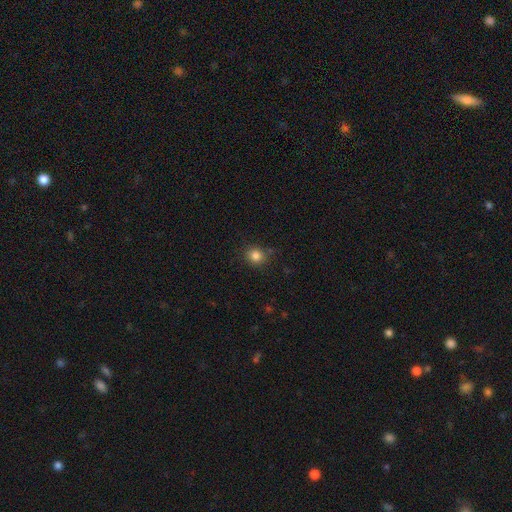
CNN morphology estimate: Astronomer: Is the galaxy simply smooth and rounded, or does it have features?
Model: smooth — 83%.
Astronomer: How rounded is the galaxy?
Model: round — 85%.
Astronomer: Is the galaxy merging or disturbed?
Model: none — 84%.